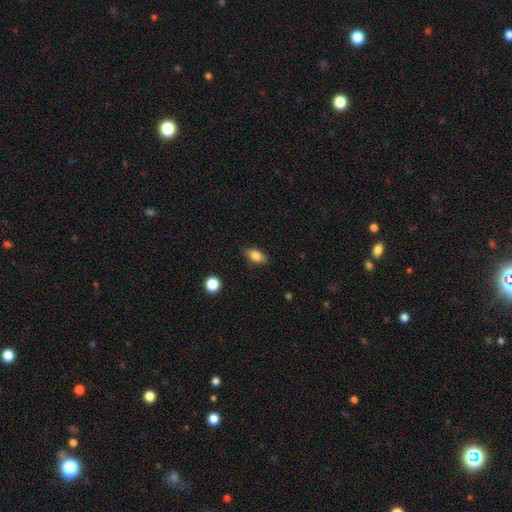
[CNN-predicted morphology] A smooth galaxy with no disk features (81%) that is in between round and cigar-shaped (87%).

Vote fractions:
- Smooth or featured? smooth: 81% / featured or disk: 10% / star or artifact: 8%
- How rounded? in between: 87% / round: 7% / cigar-shaped: 6%
- Merging? none: 86% / minor disturbance: 11% / major disturbance: 2% / merger: 1%